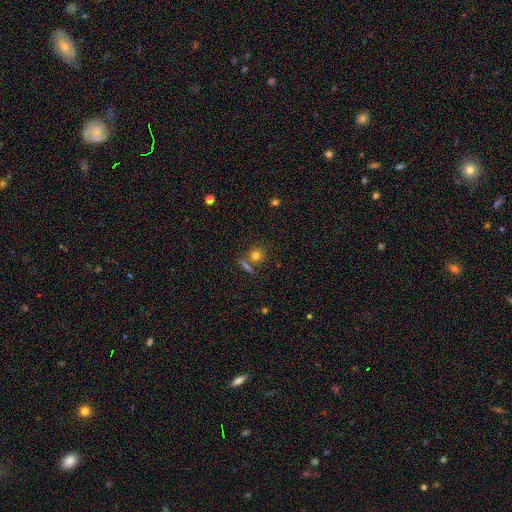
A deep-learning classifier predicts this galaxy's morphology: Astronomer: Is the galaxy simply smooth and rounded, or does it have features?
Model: smooth — 77%.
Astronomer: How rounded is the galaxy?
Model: round — 87%.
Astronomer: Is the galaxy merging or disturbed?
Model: none — 71%.